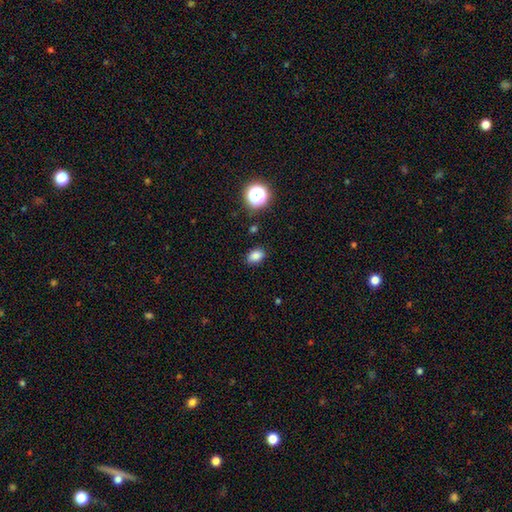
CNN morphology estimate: Smooth or featured?
  - smooth: 83% *
  - star or artifact: 13%
  - featured or disk: 5%
How rounded?
  - in between: 77% *
  - round: 22%
  - cigar-shaped: 1%
Merging?
  - none: 85% *
  - minor disturbance: 10%
  - major disturbance: 3%
  - merger: 2%